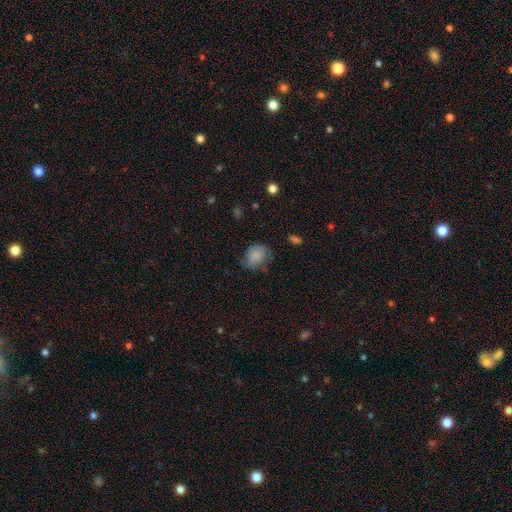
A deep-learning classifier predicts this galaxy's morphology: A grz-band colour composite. It shows a smooth galaxy with no disk features (82%) that is in between round and cigar-shaped (61%). Merging: none (56%).